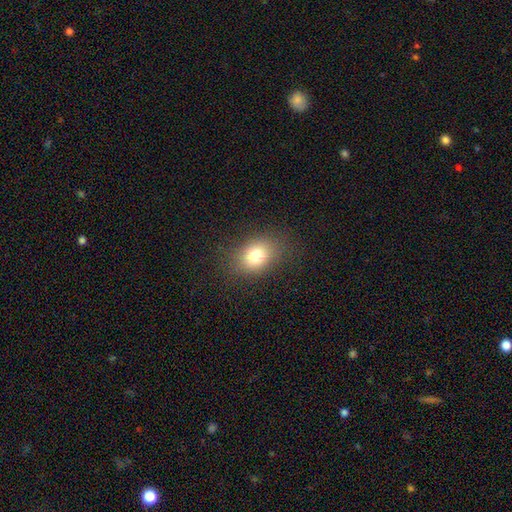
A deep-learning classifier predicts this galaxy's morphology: smooth 77%, star or artifact 13%, featured or disk 11%. Down the decision tree: how rounded — in between (62%); merging — none (83%).